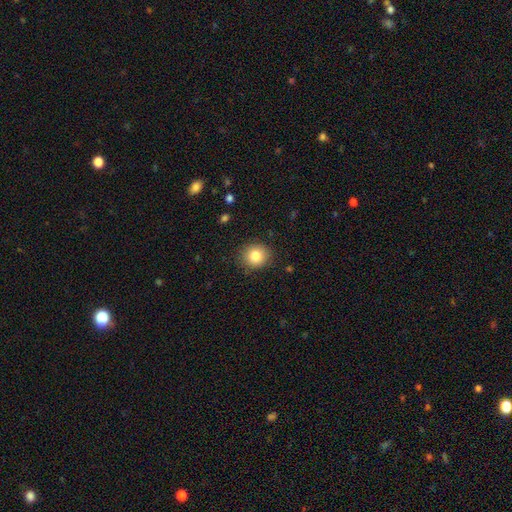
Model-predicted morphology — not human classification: Overall: smooth (83%). How rounded: round (85%). Merging: none (88%).